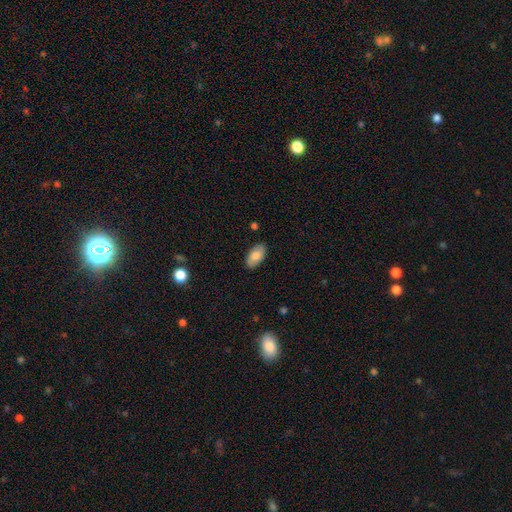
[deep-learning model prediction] Q: Smooth or featured?
A: smooth (79%); runner-up: featured or disk (15%)
Q: How rounded?
A: in between (95%); runner-up: round (3%)
Q: Merging?
A: none (86%); runner-up: minor disturbance (10%)